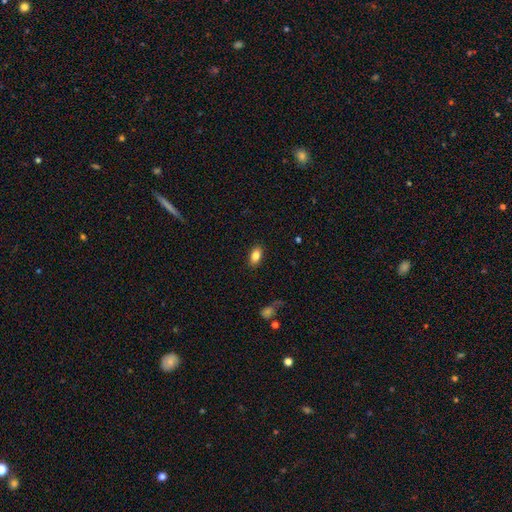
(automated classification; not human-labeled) A smooth galaxy with no disk features (84%) that is in between round and cigar-shaped (90%). Merging: none (88%).